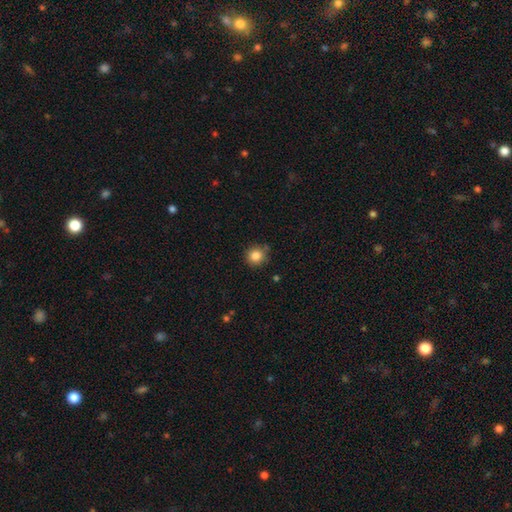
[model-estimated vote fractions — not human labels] A smooth galaxy with no disk features (84%) that is round (94%). Merging: none (84%).